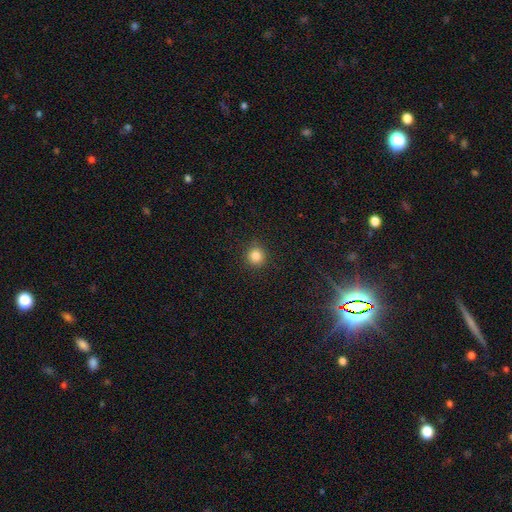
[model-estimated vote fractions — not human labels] Smooth or featured? smooth (84%)
How rounded? round (93%)
Merging? none (90%)